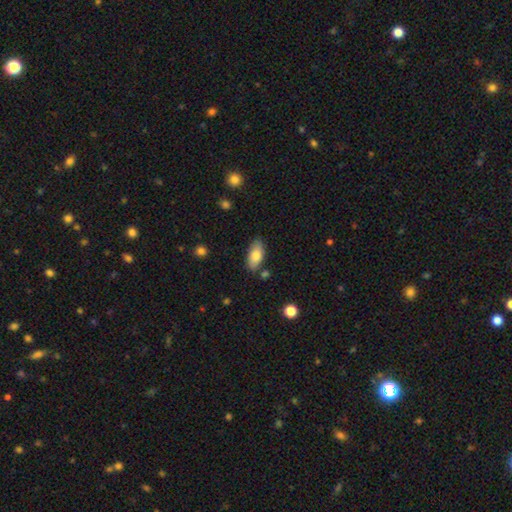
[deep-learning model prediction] smooth-or-featured: smooth: 80% | featured or disk: 14% | star or artifact: 7%
  how-rounded: in between: 90% | cigar-shaped: 8% | round: 2%
  merging: none: 80% | minor disturbance: 14% | merger: 4% | major disturbance: 3%